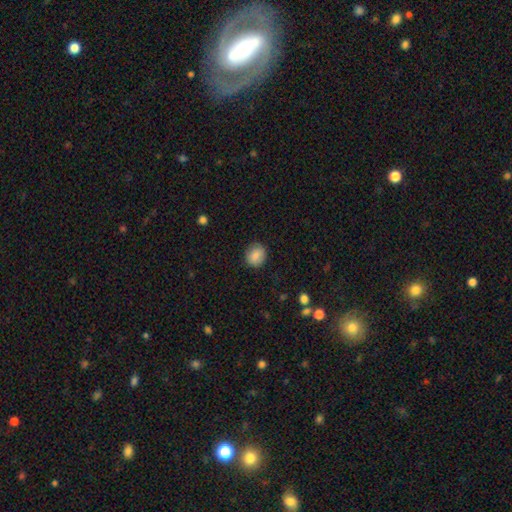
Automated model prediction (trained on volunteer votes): A smooth galaxy with no disk features (85%) that is round (72%). Merging: none (86%).